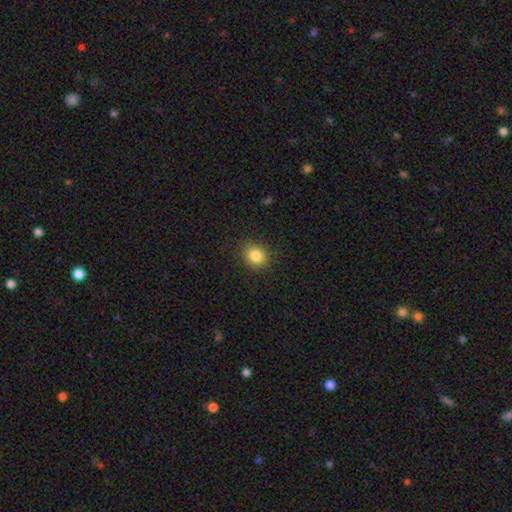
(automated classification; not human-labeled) A smooth galaxy with no disk features (84%) that is round (74%).

Vote fractions:
- Smooth or featured? smooth: 84% / star or artifact: 11% / featured or disk: 6%
- How rounded? round: 74% / in between: 25% / cigar-shaped: 1%
- Merging? none: 88% / minor disturbance: 8% / major disturbance: 2% / merger: 1%